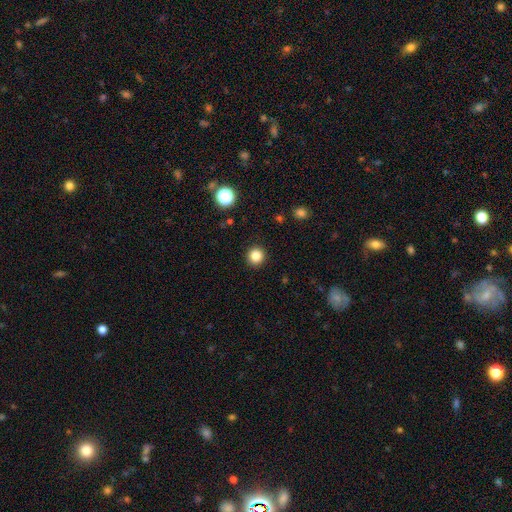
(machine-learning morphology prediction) A smooth galaxy with no disk features (84%) that is round (94%). Merging: none (92%).